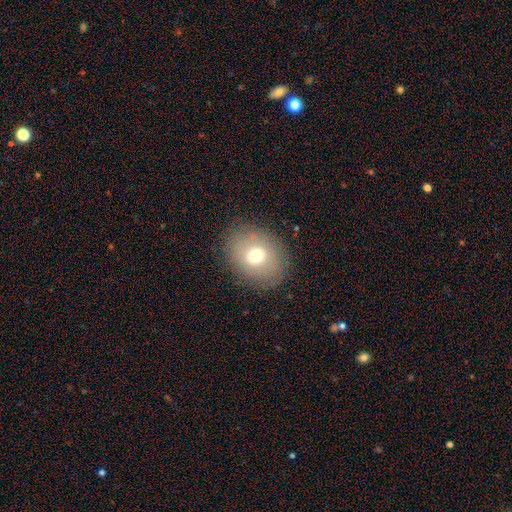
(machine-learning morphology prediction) type=smooth (68%); roundness=round (54%); merging=none (84%).